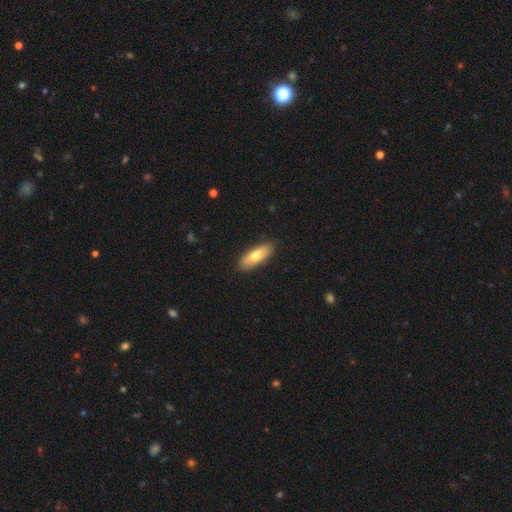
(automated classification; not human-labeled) smooth_or_featured: smooth (p=0.71) [alt: featured or disk p=0.24]
how_rounded: in between (p=0.66) [alt: cigar-shaped p=0.31]
merging: none (p=0.89) [alt: minor disturbance p=0.08]